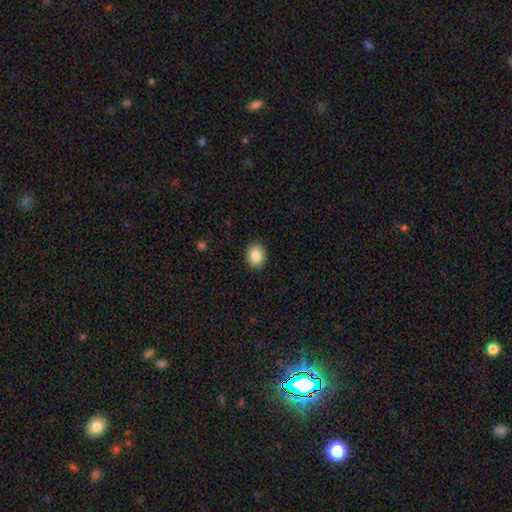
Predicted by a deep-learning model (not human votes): Q: Smooth or featured?
A: smooth (85%); runner-up: star or artifact (9%)
Q: How rounded?
A: round (50%); runner-up: in between (49%)
Q: Merging?
A: none (89%); runner-up: minor disturbance (8%)